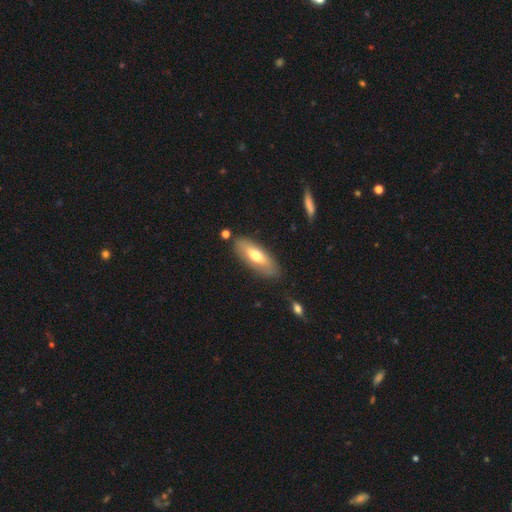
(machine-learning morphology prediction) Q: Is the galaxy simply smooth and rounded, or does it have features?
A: smooth — 64%.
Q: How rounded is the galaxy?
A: in between — 67%.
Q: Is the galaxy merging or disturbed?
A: none — 81%.